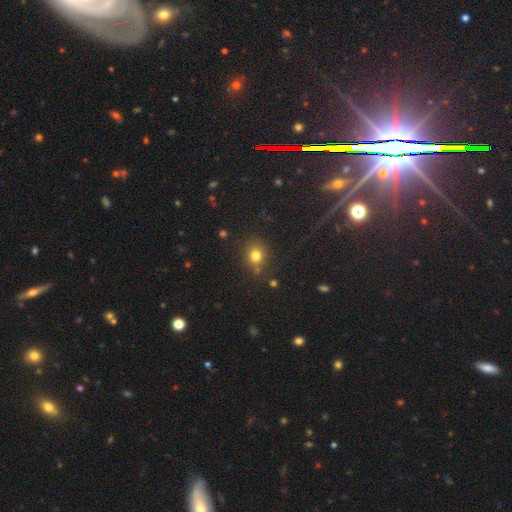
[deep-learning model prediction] Smooth or featured? Predicted: smooth (p=0.77). How rounded? Predicted: round (p=0.80). Merging? Predicted: none (p=0.79).